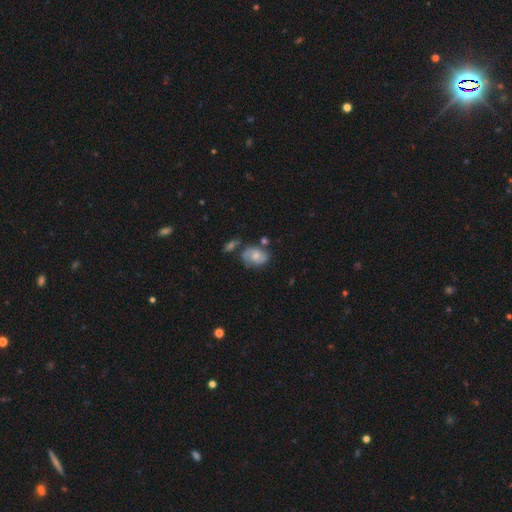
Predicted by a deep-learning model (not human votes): This appears to be a featured or disk galaxy (51%). Merging: none (53%).